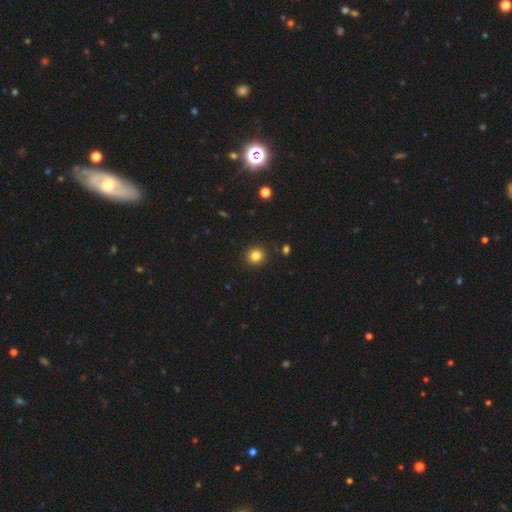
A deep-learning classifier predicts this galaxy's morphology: Smooth or featured? Predicted: smooth (p=0.83). How rounded? Predicted: round (p=0.91). Merging? Predicted: none (p=0.92).